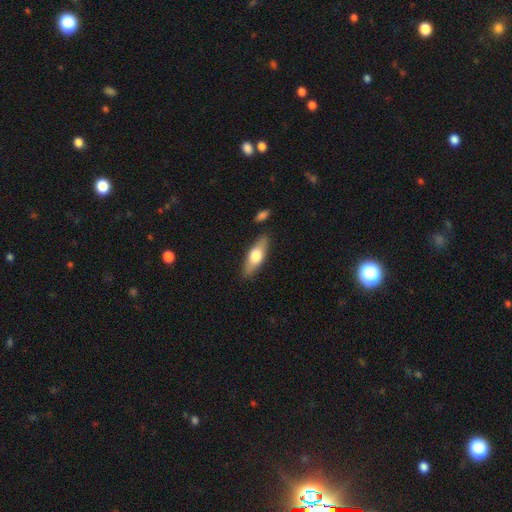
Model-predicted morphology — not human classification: This is possibly a smooth galaxy (57%). How rounded: possibly in between (56%). Merging: clearly none (84%).